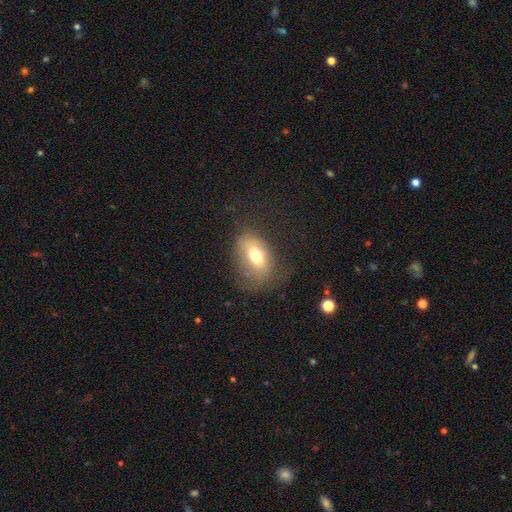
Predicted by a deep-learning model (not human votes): smooth 70%, featured or disk 20%, star or artifact 10%. Down the decision tree: how rounded — in between (85%); merging — none (57%).